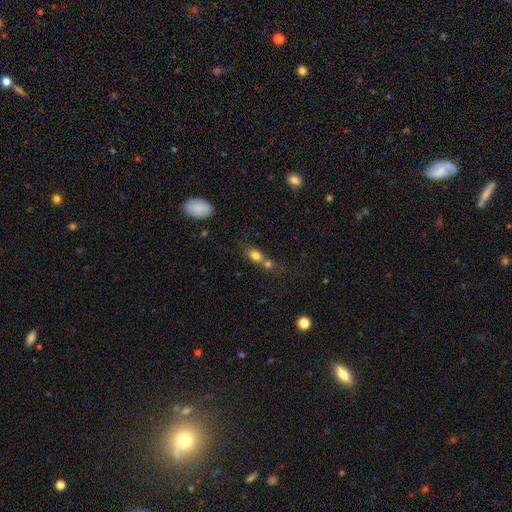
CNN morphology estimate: smooth 76%, featured or disk 13%, star or artifact 11%. Down the decision tree: how rounded — in between (60%); merging — merger (53%).